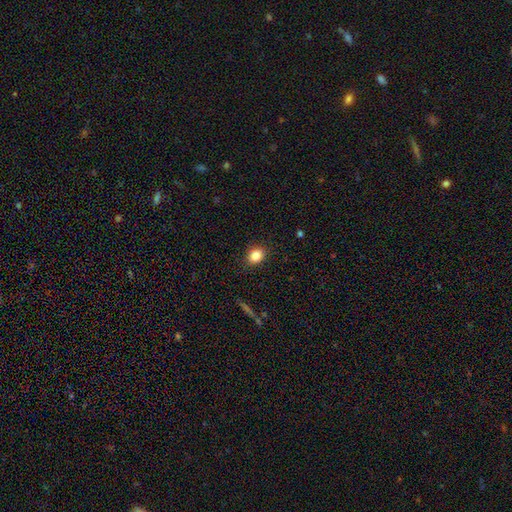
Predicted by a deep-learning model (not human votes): A smooth galaxy with no disk features (83%) that is round (50%).

Vote fractions:
- Smooth or featured? smooth: 83% / star or artifact: 10% / featured or disk: 6%
- How rounded? round: 50% / in between: 49% / cigar-shaped: 1%
- Merging? none: 87% / minor disturbance: 9% / major disturbance: 2% / merger: 1%